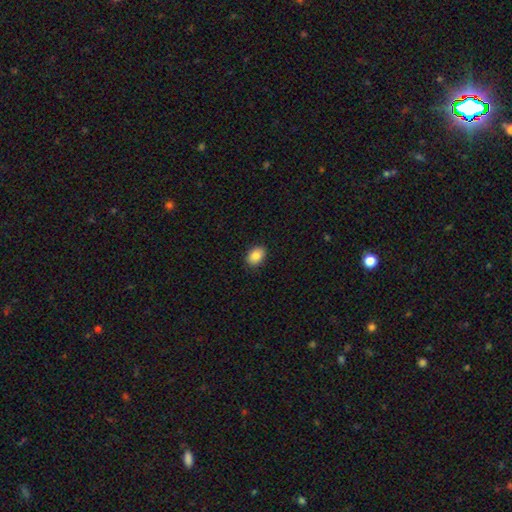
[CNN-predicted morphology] smooth-or-featured: smooth: 86% | star or artifact: 8% | featured or disk: 6%
  how-rounded: in between: 79% | round: 20% | cigar-shaped: 1%
  merging: none: 89% | minor disturbance: 8% | major disturbance: 2% | merger: 1%